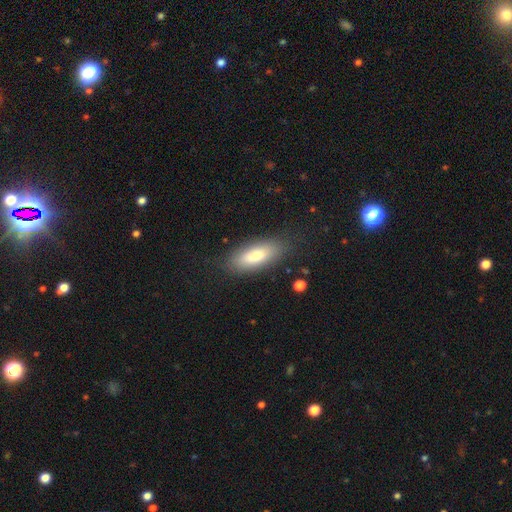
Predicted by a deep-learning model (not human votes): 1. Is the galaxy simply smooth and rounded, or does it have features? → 77% smooth, 16% featured or disk, 7% star or artifact.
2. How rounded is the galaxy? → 76% in between, 22% cigar-shaped, 2% round.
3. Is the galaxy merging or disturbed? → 83% none, 12% minor disturbance, 4% major disturbance, 1% merger.